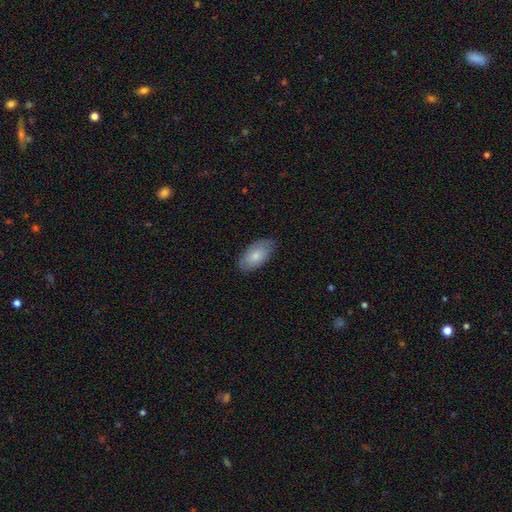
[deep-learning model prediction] Q: Smooth or featured?
A: smooth (78%); runner-up: featured or disk (16%)
Q: How rounded?
A: in between (95%); runner-up: round (3%)
Q: Merging?
A: none (81%); runner-up: minor disturbance (16%)